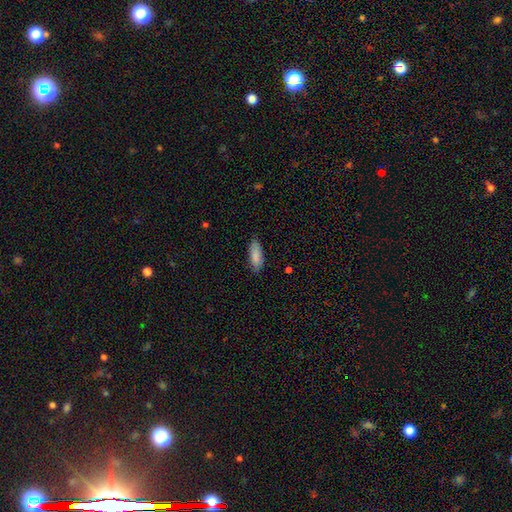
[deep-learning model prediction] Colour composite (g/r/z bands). It shows a smooth galaxy with no disk features (87%) that is in between round and cigar-shaped (69%). Merging: none (82%).